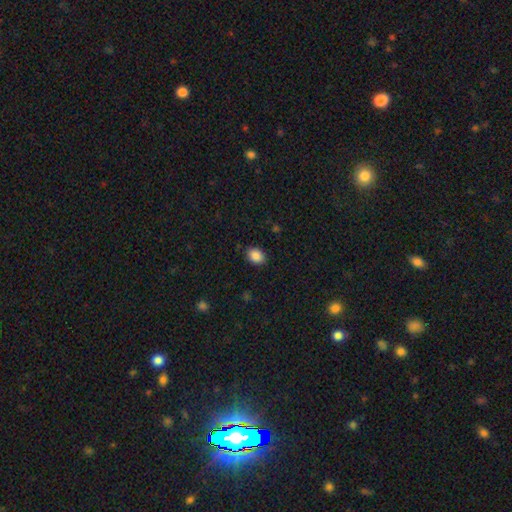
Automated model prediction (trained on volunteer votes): smooth 88%, star or artifact 9%, featured or disk 4%. Down the decision tree: how rounded — in between (69%); merging — none (87%).